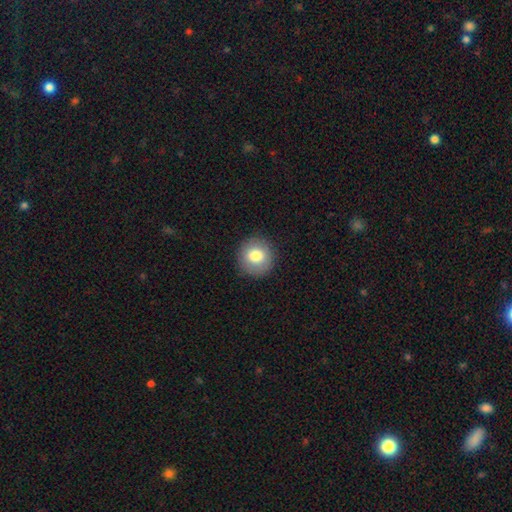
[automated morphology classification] A smooth galaxy with no disk features (80%) that is round (92%). Merging: none (90%).